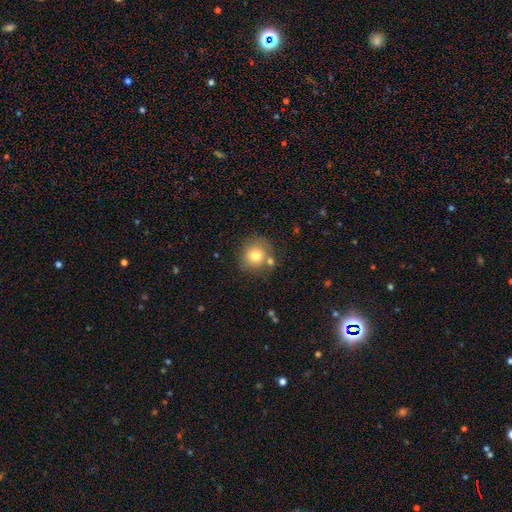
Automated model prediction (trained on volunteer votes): Overall: smooth (77%). How rounded: round (88%). Merging: none (71%).